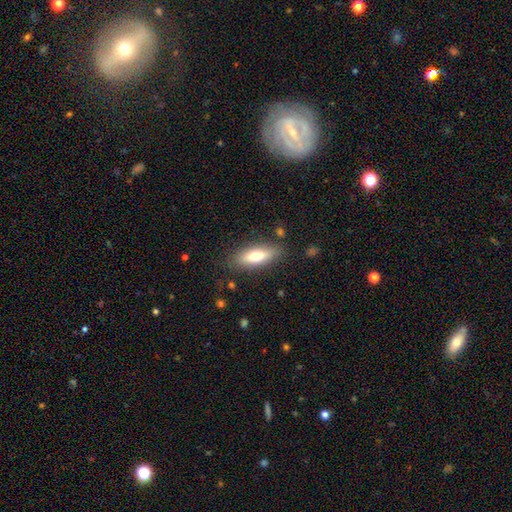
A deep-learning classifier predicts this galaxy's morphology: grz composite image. It shows a smooth galaxy with no disk features (69%) that is in between round and cigar-shaped (59%). Merging: none (83%).